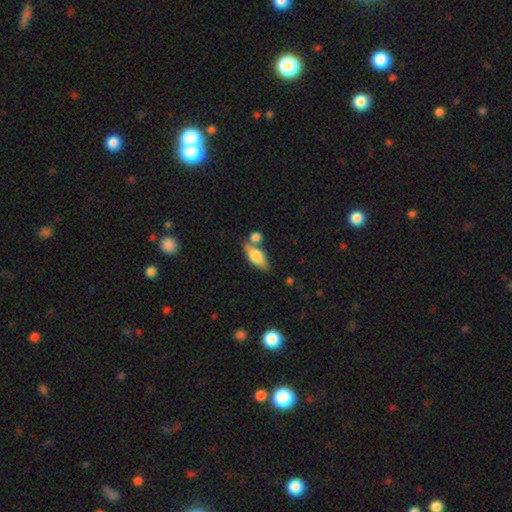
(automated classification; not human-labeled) This appears to be a smooth galaxy with no disk features (62%) that is in between round and cigar-shaped (69%). Merging: none (62%).